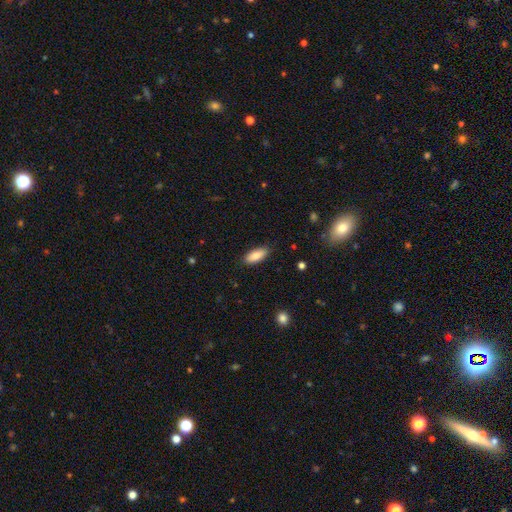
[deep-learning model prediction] Smooth or featured?
  - smooth: 86% *
  - featured or disk: 8%
  - star or artifact: 6%
How rounded?
  - in between: 81% *
  - cigar-shaped: 17%
  - round: 2%
Merging?
  - none: 86% *
  - minor disturbance: 11%
  - major disturbance: 2%
  - merger: 1%